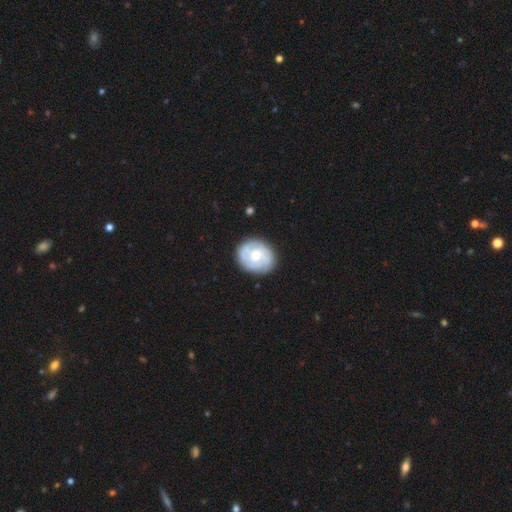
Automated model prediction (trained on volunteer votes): Smooth or featured?
  - featured or disk: 72% *
  - smooth: 23%
  - star or artifact: 5%
Edge-on disk?
  - no: 98% *
  - yes: 2%
Bar?
  - no: 62% *
  - weak: 33%
  - strong: 5%
Spiral arms?
  - yes: 91% *
  - no: 9%
Spiral winding?
  - tight: 58% *
  - medium: 33%
  - loose: 9%
Spiral arm count?
  - can't tell: 29% *
  - 3: 28%
  - 2: 22%
  - 4: 11%
  - 1: 5%
  - more than 4: 5%
Bulge size?
  - moderate: 52% *
  - small: 33%
  - large: 9%
  - none: 5%
  - dominant: 1%
Merging?
  - none: 81% *
  - minor disturbance: 13%
  - major disturbance: 4%
  - merger: 1%